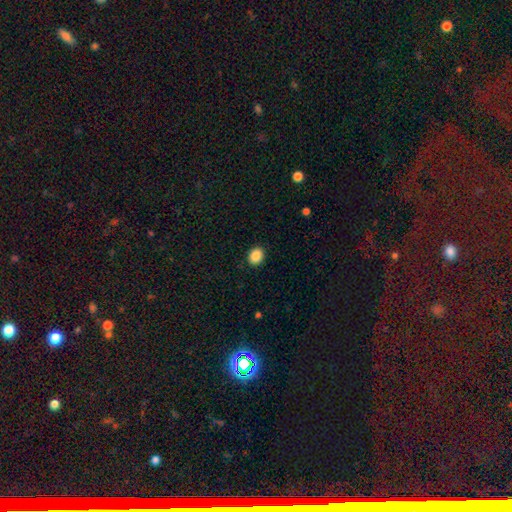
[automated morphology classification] Smooth or featured? Predicted: smooth (p=0.88). How rounded? Predicted: in between (p=0.51). Merging? Predicted: none (p=0.91).